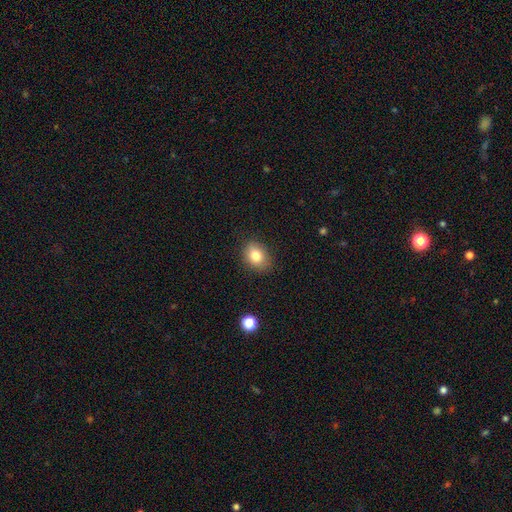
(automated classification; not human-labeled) Smooth or featured?
  - smooth: 80% *
  - star or artifact: 10%
  - featured or disk: 9%
How rounded?
  - in between: 57% *
  - round: 42%
  - cigar-shaped: 1%
Merging?
  - none: 84% *
  - minor disturbance: 12%
  - major disturbance: 3%
  - merger: 1%